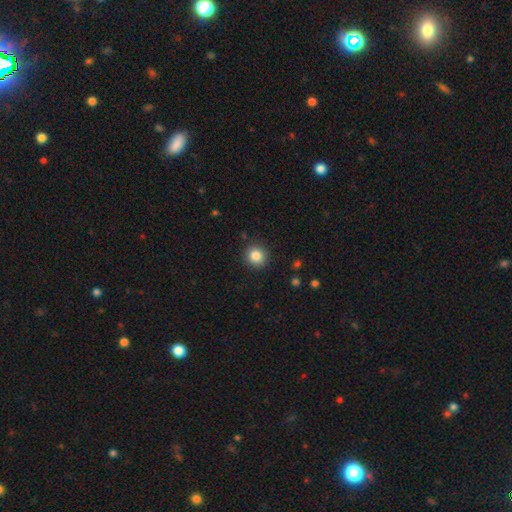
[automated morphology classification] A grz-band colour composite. It shows a smooth galaxy with no disk features (85%) that is round (93%). Merging: none (90%).